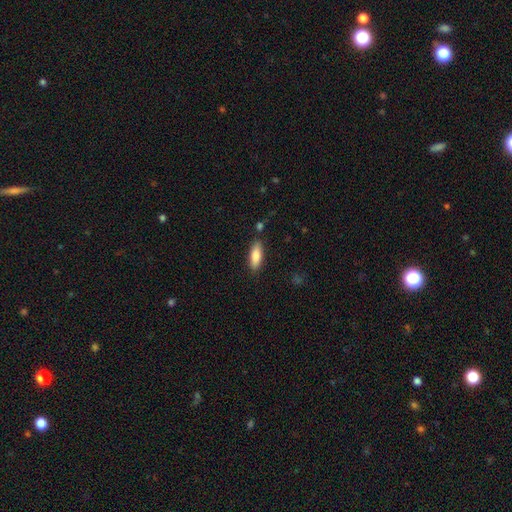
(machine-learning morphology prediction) smooth 84%, featured or disk 10%, star or artifact 6%. Down the decision tree: how rounded — in between (66%); merging — none (84%).